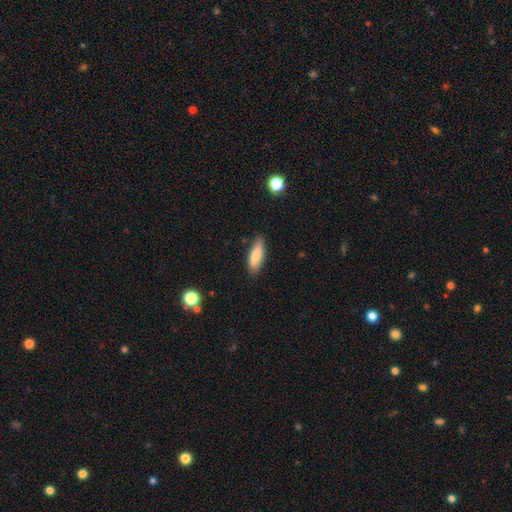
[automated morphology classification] Overall: smooth (80%). How rounded: cigar-shaped (52%; in between 47%). Merging: none (84%).